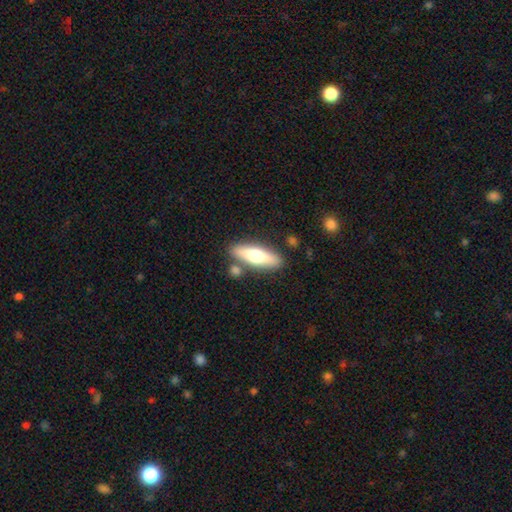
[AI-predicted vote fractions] Overall: smooth (59%; featured or disk 36%). How rounded: cigar-shaped (55%; in between 43%). Merging: none (79%).